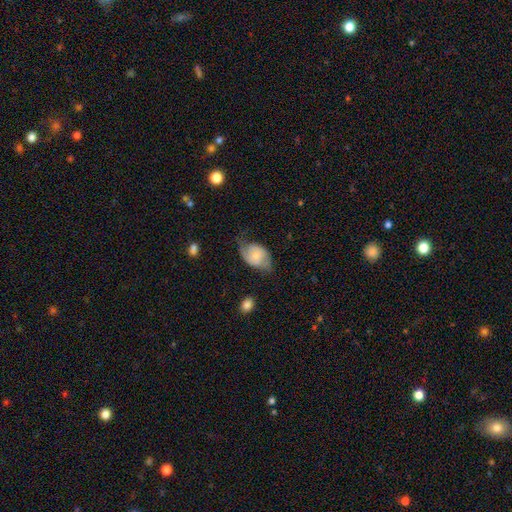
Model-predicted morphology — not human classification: featured or disk 61%, smooth 32%, star or artifact 7%. Down the decision tree: edge-on disk — no (96%); bar — no (62%); spiral arms — yes (87%); spiral arm count — 2 (81%); spiral winding — medium (43%); bulge size — small (52%); merging — none (50%).